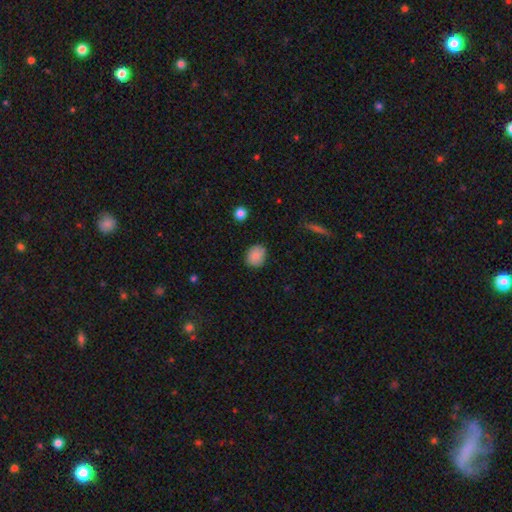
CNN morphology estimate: A smooth galaxy with no disk features (87%) that is round (66%).

Vote fractions:
- Smooth or featured? smooth: 87% / star or artifact: 8% / featured or disk: 5%
- How rounded? round: 66% / in between: 33% / cigar-shaped: 1%
- Merging? none: 85% / minor disturbance: 11% / major disturbance: 2% / merger: 1%